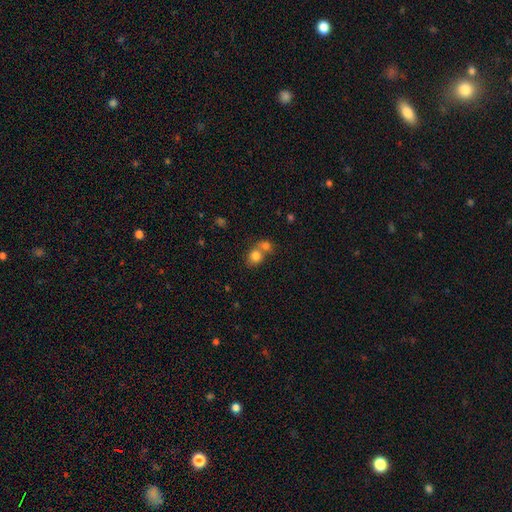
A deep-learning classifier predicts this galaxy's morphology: smooth 80%, star or artifact 11%, featured or disk 9%. Down the decision tree: how rounded — round (70%); merging — merger (53%).